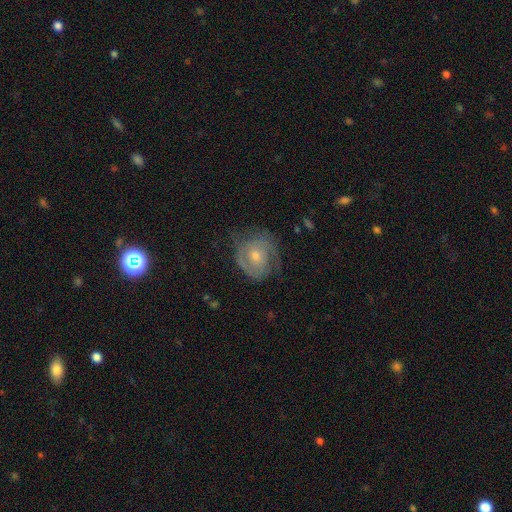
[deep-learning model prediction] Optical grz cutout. It shows a featured or disk galaxy (73%) with no bar (70%), 2 (56%) tight (53%) spiral arms (88%) and a moderate central bulge (52%). Merging: none (69%).